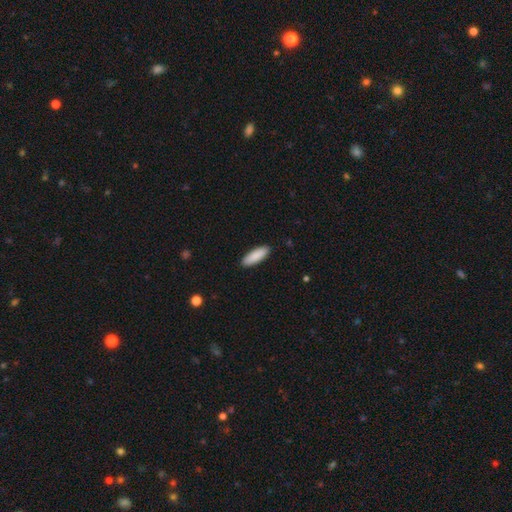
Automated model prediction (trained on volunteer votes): smooth 89%, star or artifact 5%, featured or disk 5%. Down the decision tree: how rounded — in between (57%); merging — none (90%).